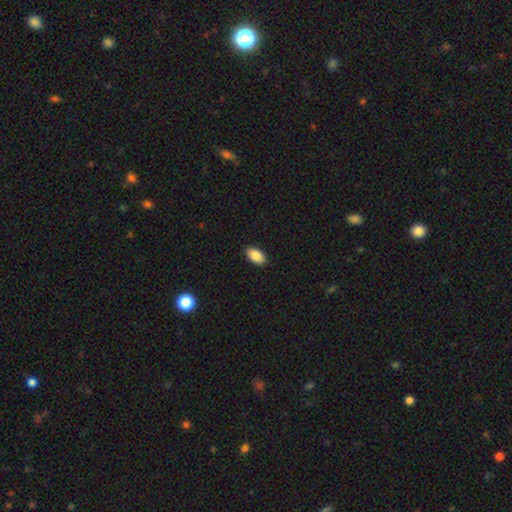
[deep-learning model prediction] This is clearly a smooth galaxy (87%). How rounded: clearly in between (94%). Merging: clearly none (90%).